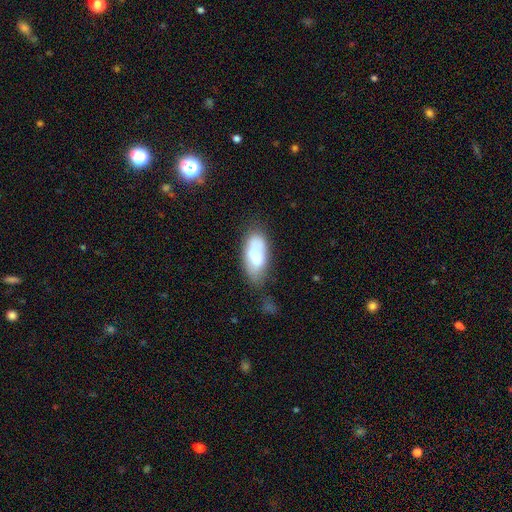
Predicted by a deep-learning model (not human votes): Smooth or featured?
  - smooth: 63% *
  - featured or disk: 29%
  - star or artifact: 8%
How rounded?
  - in between: 90% *
  - cigar-shaped: 7%
  - round: 4%
Merging?
  - none: 45% *
  - minor disturbance: 28%
  - merger: 14%
  - major disturbance: 13%